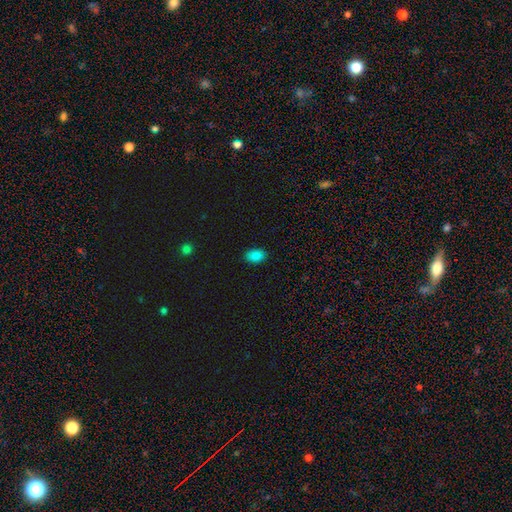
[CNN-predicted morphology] smooth 85%, star or artifact 10%, featured or disk 4%. Down the decision tree: how rounded — in between (85%); merging — none (88%).